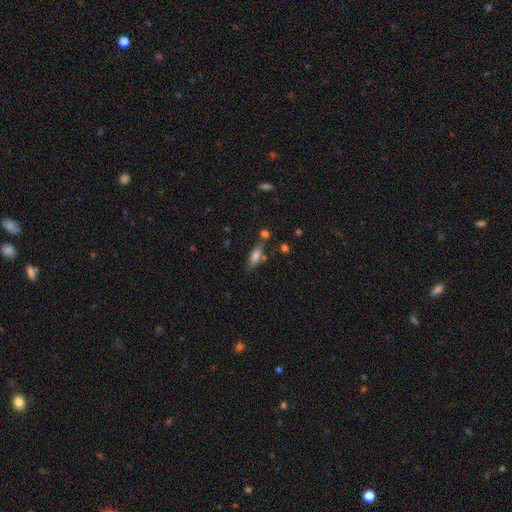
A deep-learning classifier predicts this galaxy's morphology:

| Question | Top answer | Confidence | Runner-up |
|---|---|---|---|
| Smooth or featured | smooth | 71% | featured or disk (20%) |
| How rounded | in between | 61% | cigar-shaped (36%) |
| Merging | none | 64% | minor disturbance (18%) |